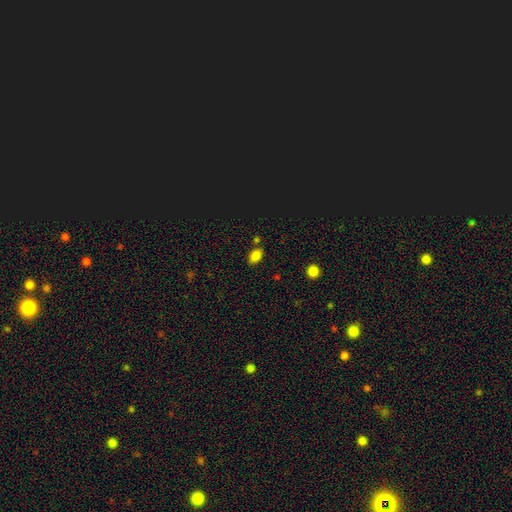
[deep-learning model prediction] Morphology: type=smooth (81%); roundness=in between (86%); merging=none (76%).